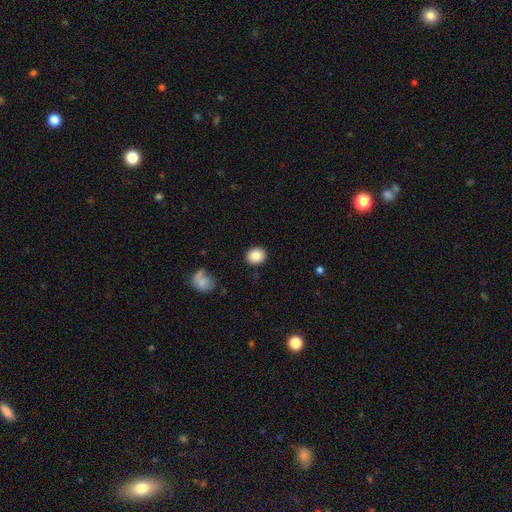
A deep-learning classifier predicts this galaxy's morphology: This is clearly a smooth galaxy (87%). How rounded: likely round (74%). Merging: clearly none (89%).